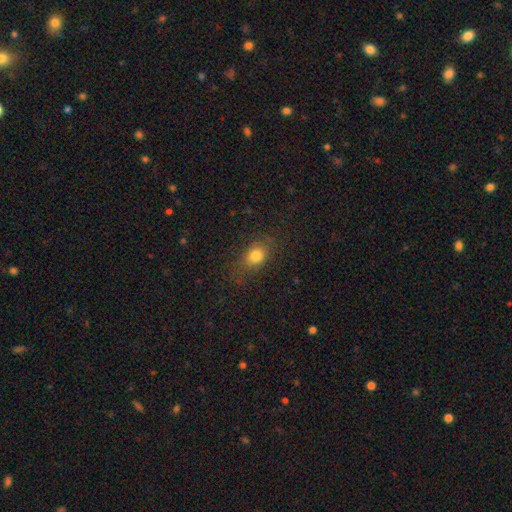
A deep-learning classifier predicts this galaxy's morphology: Smooth or featured: smooth — 78% (star or artifact — 12%)
How rounded: in between — 63% (round — 34%)
Merging: none — 72% (minor disturbance — 18%)